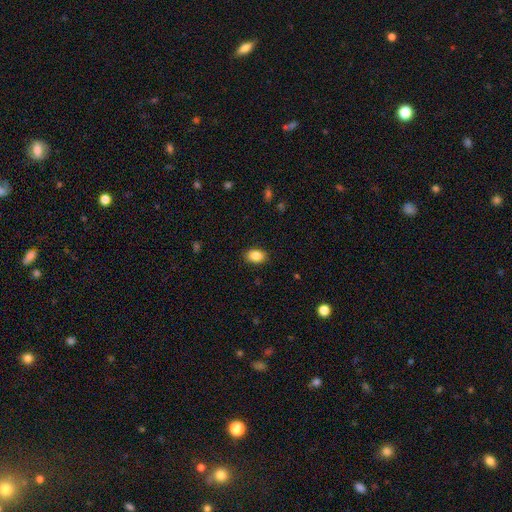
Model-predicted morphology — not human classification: This is clearly a smooth galaxy (87%). How rounded: clearly in between (82%). Merging: clearly none (88%).